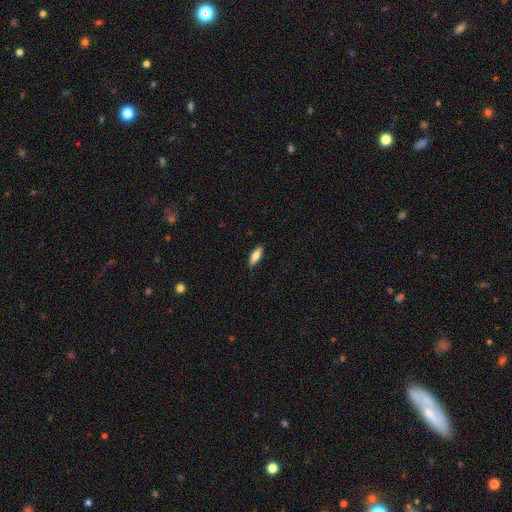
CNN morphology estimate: Smooth or featured? Predicted: smooth (p=0.72). How rounded? Predicted: in between (p=0.57). Merging? Predicted: none (p=0.85).